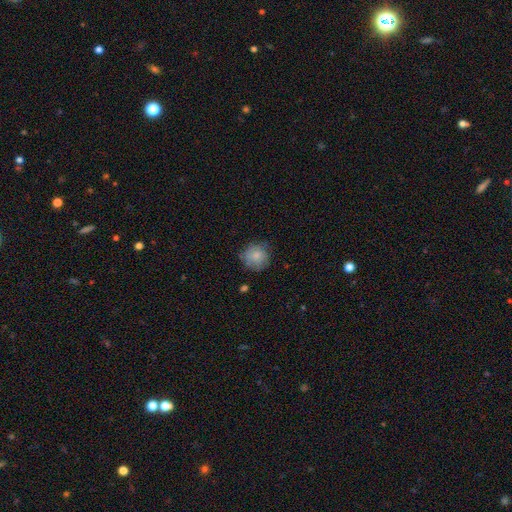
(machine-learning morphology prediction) A smooth galaxy with no disk features (77%) that is round (91%). Merging: none (74%).